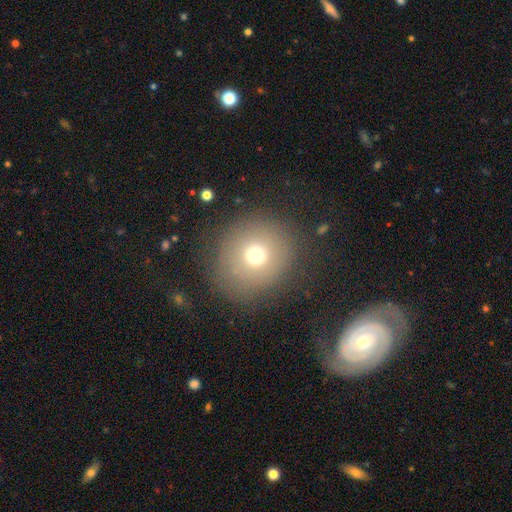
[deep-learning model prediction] Overall: smooth (71%). How rounded: round (87%). Merging: none (83%).